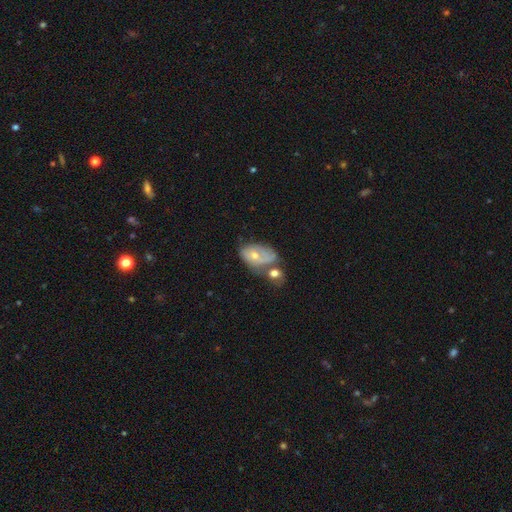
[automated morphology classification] A smooth galaxy with no disk features (49%).

Vote fractions:
- Smooth or featured? smooth: 49% / featured or disk: 43% / star or artifact: 8%
- Merging? merger: 37% / none: 26% / minor disturbance: 22% / major disturbance: 15%